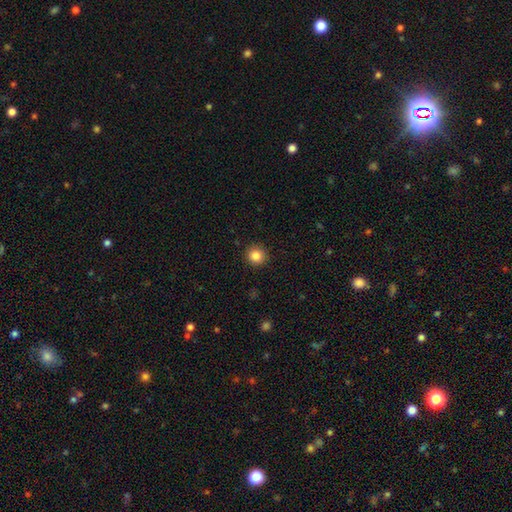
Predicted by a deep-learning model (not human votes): Overall: smooth (86%). How rounded: round (93%). Merging: none (91%).